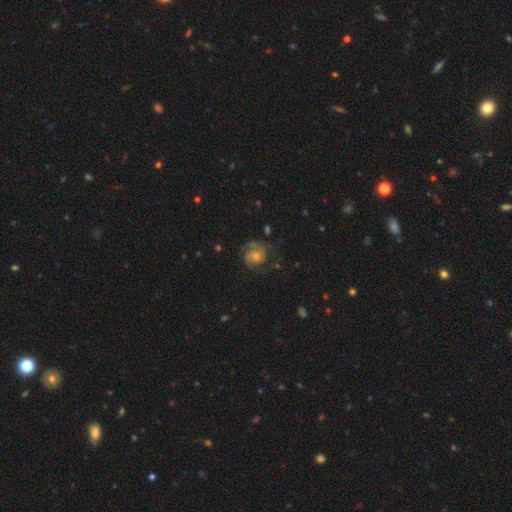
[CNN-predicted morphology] smooth_or_featured: featured or disk (p=0.73) [alt: smooth p=0.17]
disk_edge_on: no (p=0.98) [alt: yes p=0.02]
bar: no (p=0.74) [alt: weak p=0.22]
has_spiral_arms: yes (p=0.92) [alt: no p=0.08]
spiral_winding: tight (p=0.49) [alt: medium p=0.39]
spiral_arm_count: 2 (p=0.53) [alt: can't tell p=0.18]
bulge_size: small (p=0.47) [alt: moderate p=0.44]
merging: none (p=0.68) [alt: minor disturbance p=0.17]